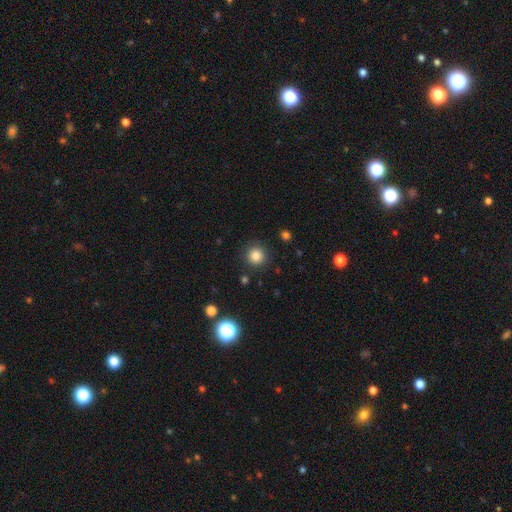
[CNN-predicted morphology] This is clearly a smooth galaxy (84%). How rounded: clearly round (94%). Merging: clearly none (88%).